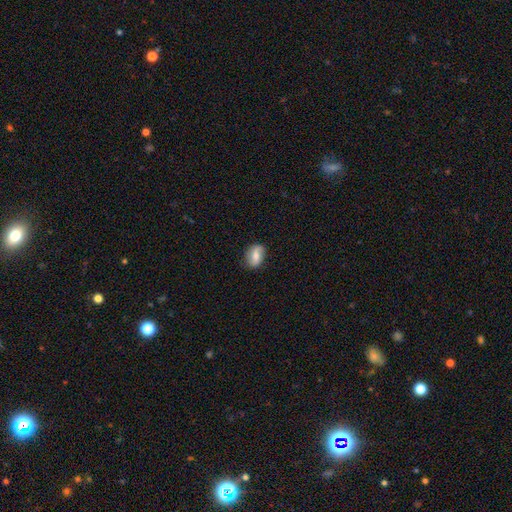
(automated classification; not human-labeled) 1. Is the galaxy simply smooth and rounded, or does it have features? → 56% smooth, 36% featured or disk, 8% star or artifact.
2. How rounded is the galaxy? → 78% in between, 19% round, 2% cigar-shaped.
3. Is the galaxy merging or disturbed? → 79% none, 17% minor disturbance, 4% major disturbance, 1% merger.